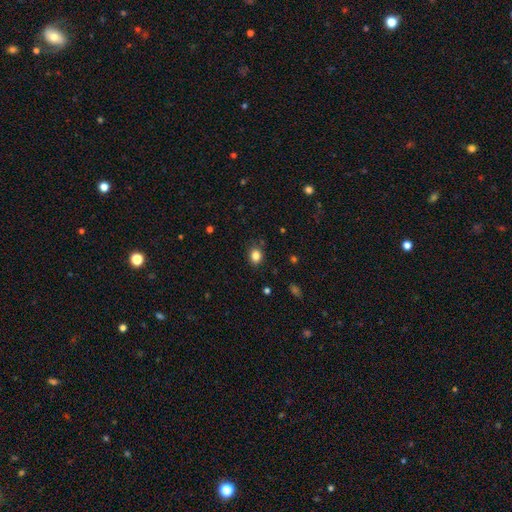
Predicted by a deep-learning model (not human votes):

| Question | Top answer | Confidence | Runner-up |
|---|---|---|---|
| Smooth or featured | smooth | 84% | star or artifact (11%) |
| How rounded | round | 55% | in between (44%) |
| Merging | none | 83% | minor disturbance (12%) |